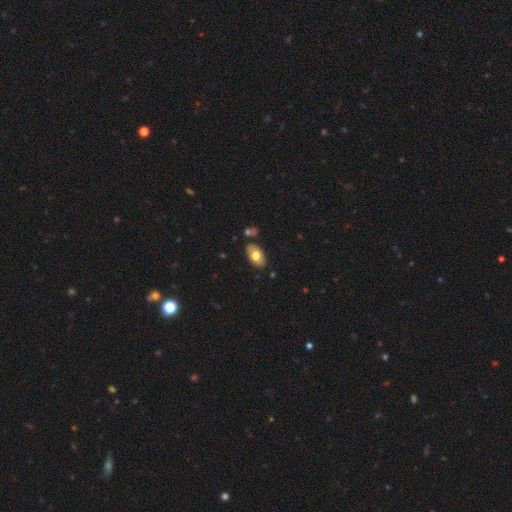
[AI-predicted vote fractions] Q: Smooth or featured?
A: smooth (70%); runner-up: featured or disk (23%)
Q: How rounded?
A: in between (93%); runner-up: round (5%)
Q: Merging?
A: none (80%); runner-up: minor disturbance (13%)